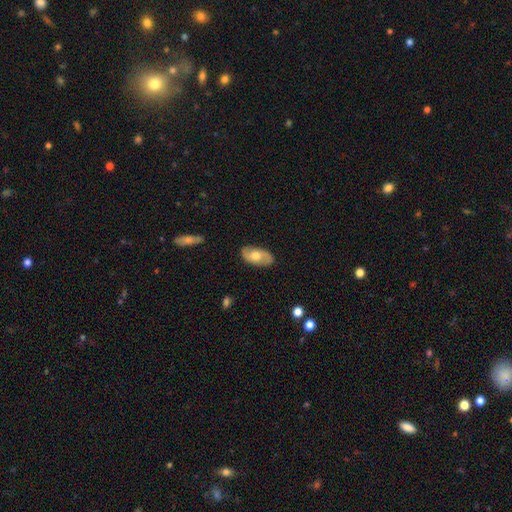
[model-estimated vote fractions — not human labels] smooth_or_featured: featured or disk (p=0.54) [alt: smooth p=0.41]
disk_edge_on: no (p=0.91) [alt: yes p=0.09]
merging: none (p=0.84) [alt: minor disturbance p=0.12]